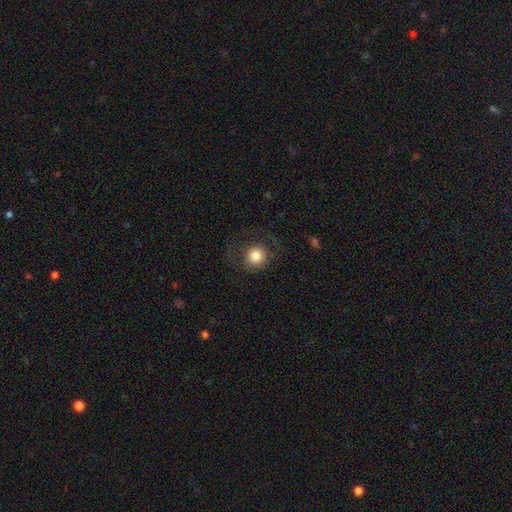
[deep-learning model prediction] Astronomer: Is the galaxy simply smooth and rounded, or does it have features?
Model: smooth — 79%.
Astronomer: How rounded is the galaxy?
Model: round — 92%.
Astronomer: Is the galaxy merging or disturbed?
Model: none — 72%.